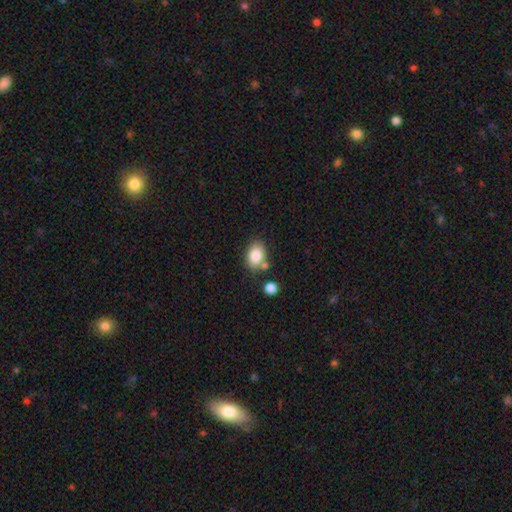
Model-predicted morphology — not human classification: Smooth or featured?
  - smooth: 84% *
  - star or artifact: 8%
  - featured or disk: 8%
How rounded?
  - in between: 74% *
  - round: 25%
  - cigar-shaped: 1%
Merging?
  - none: 67% *
  - minor disturbance: 15%
  - merger: 15%
  - major disturbance: 4%